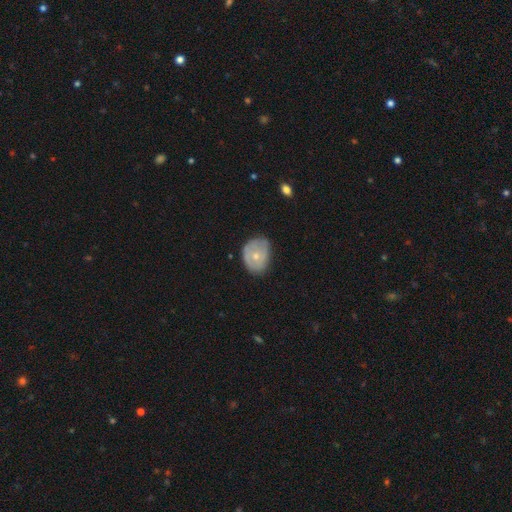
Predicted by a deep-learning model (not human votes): Q: Smooth or featured?
A: smooth (55%); runner-up: featured or disk (38%)
Q: How rounded?
A: in between (54%); runner-up: round (45%)
Q: Merging?
A: none (49%); runner-up: minor disturbance (38%)